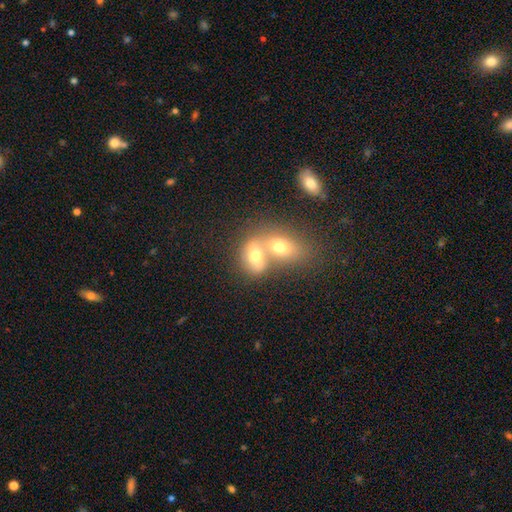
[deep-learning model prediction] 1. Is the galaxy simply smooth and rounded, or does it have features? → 66% smooth, 24% featured or disk, 11% star or artifact.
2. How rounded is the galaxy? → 71% in between, 26% round, 3% cigar-shaped.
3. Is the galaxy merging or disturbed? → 65% merger, 25% none, 7% minor disturbance, 4% major disturbance.